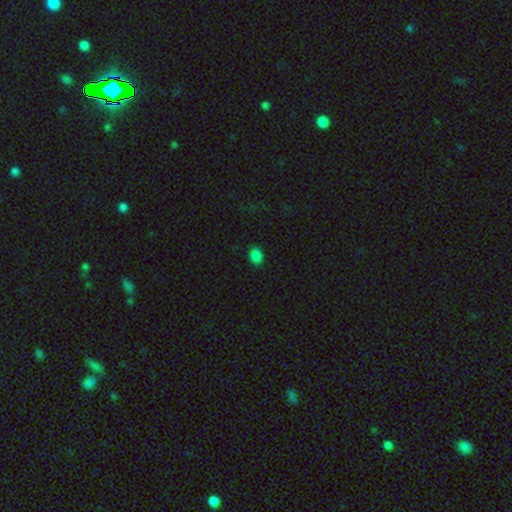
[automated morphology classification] A smooth galaxy with no disk features (84%) that is in between round and cigar-shaped (60%).

Vote fractions:
- Smooth or featured? smooth: 84% / star or artifact: 13% / featured or disk: 3%
- How rounded? in between: 60% / round: 39% / cigar-shaped: 1%
- Merging? none: 89% / minor disturbance: 8% / major disturbance: 2% / merger: 1%